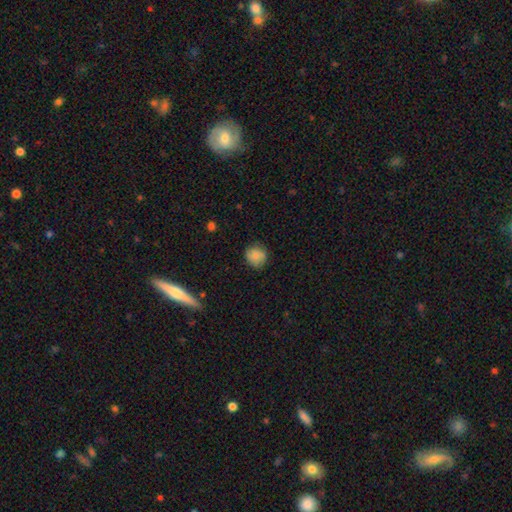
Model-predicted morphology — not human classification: This appears to be a smooth galaxy with no disk features (82%) that is round (87%). Merging: none (79%).